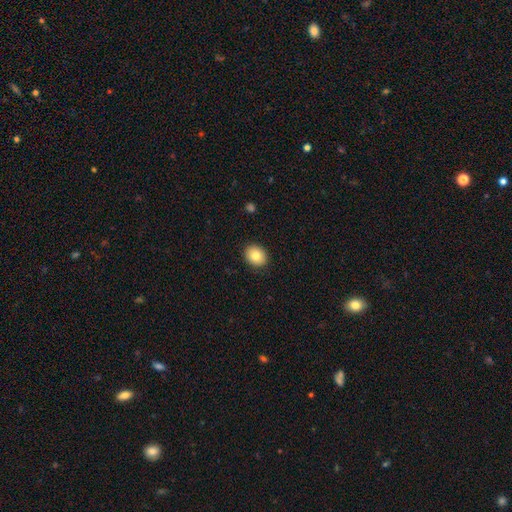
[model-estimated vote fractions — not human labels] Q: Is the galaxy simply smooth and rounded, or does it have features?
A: smooth — 81%.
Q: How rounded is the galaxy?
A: round — 54%.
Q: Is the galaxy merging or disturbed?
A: none — 90%.